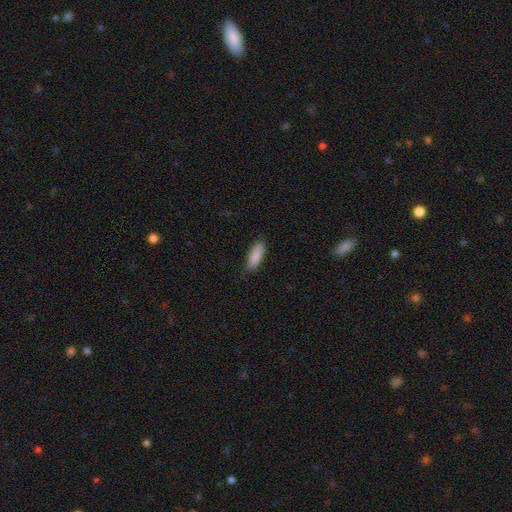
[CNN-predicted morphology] This appears to be a smooth galaxy with no disk features (89%) that is in between round and cigar-shaped (61%). Merging: none (85%).